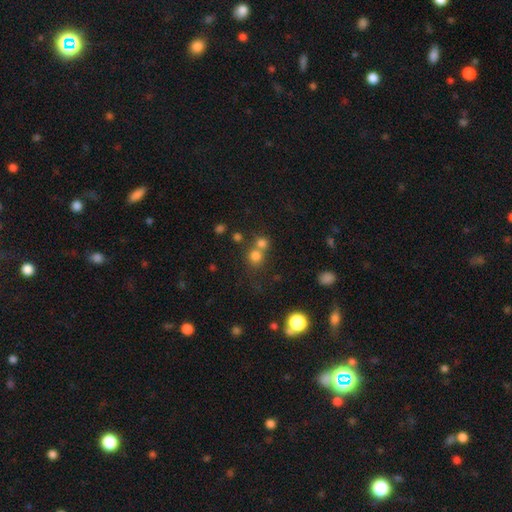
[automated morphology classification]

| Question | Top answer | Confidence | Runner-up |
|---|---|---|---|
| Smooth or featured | smooth | 74% | star or artifact (17%) |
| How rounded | round | 88% | in between (11%) |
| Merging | none | 50% | merger (40%) |